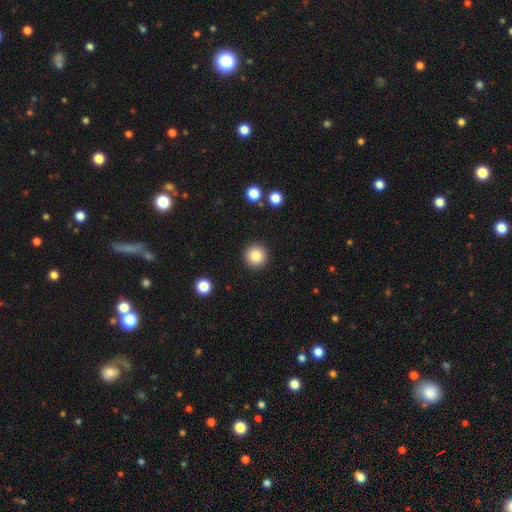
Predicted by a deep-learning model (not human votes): This is clearly a smooth galaxy (85%). How rounded: clearly round (96%). Merging: clearly none (92%).